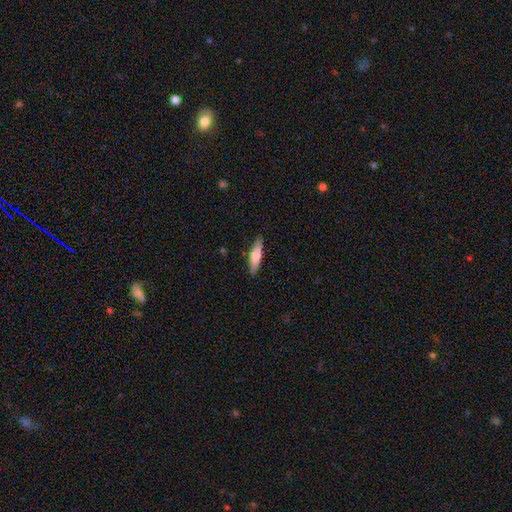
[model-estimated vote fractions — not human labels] Overall: smooth (63%; featured or disk 31%). How rounded: cigar-shaped (71%). Merging: none (87%).